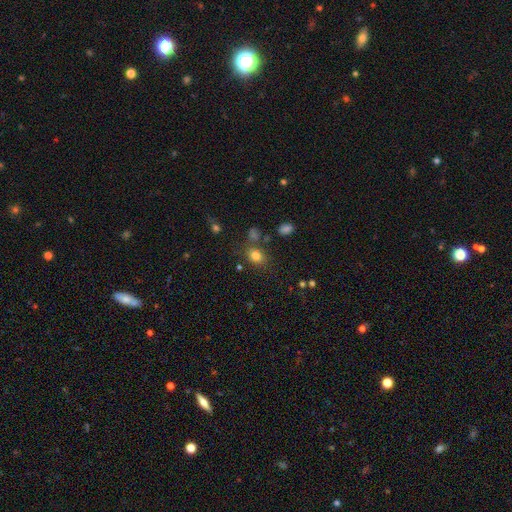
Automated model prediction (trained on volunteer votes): The model was most divided on "how rounded": in between: 51%, round: 48%, cigar-shaped: 1%. More confident: smooth or featured — smooth (78%); merging — none (73%).